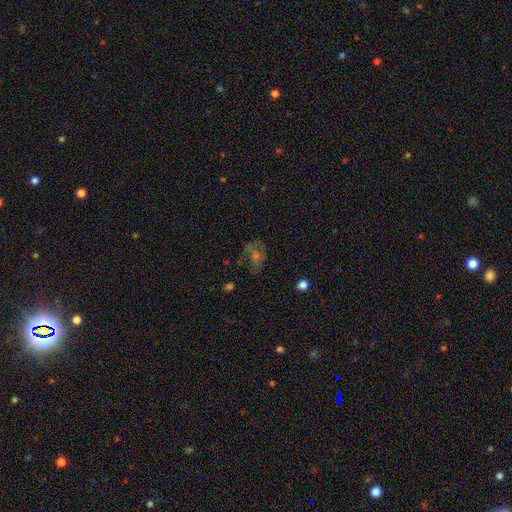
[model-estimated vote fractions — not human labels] Smooth or featured: featured or disk — 45% (smooth — 32%)
Merging: none — 53% (minor disturbance — 22%)